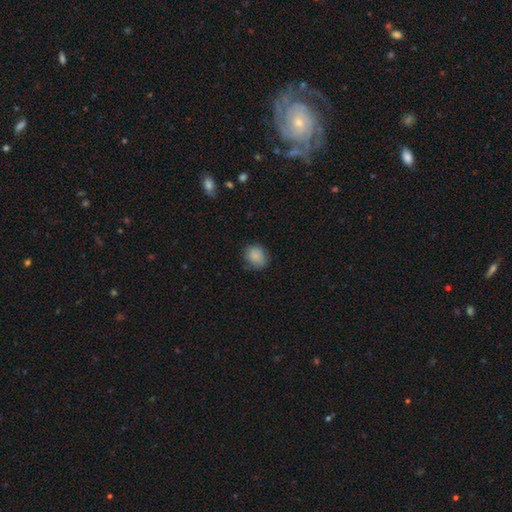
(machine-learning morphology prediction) This is clearly a smooth galaxy (87%). How rounded: likely round (65%). Merging: likely none (76%).